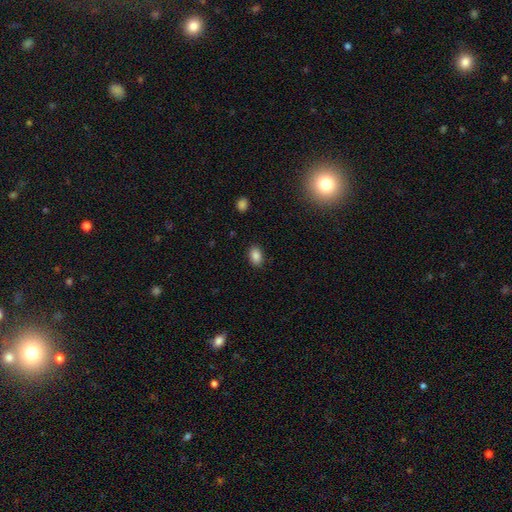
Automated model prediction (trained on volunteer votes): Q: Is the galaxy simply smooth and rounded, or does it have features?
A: smooth — 87%.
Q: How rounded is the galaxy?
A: in between — 84%.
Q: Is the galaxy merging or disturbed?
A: none — 87%.